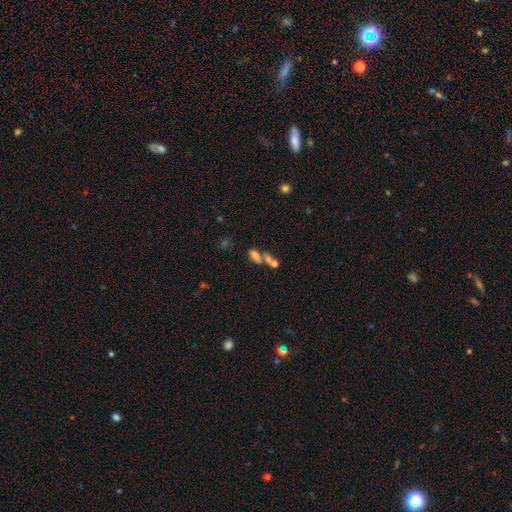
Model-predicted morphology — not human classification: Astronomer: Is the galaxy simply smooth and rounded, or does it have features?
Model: smooth — 61%.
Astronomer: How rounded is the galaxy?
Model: in between — 71%.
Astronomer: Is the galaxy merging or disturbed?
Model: merger — 47% (runner-up: none, 33%).